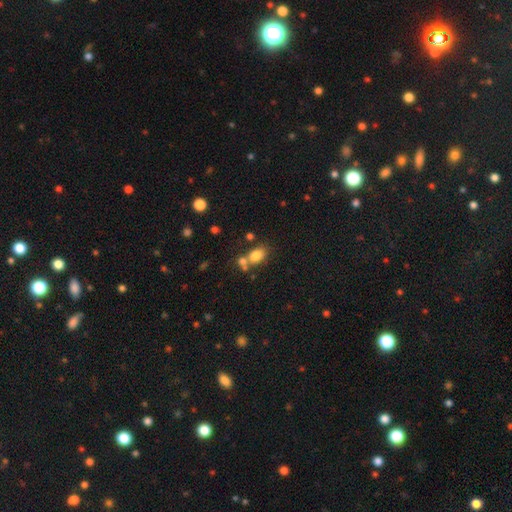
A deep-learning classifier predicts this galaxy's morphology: A smooth galaxy with no disk features (79%) that is in between round and cigar-shaped (74%). Merging: none (49%).